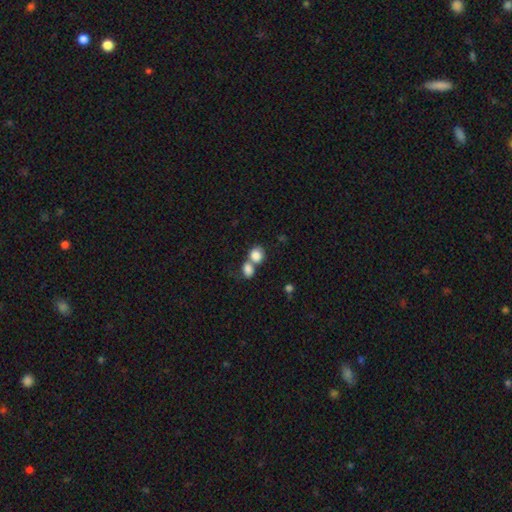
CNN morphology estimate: smooth 84%, star or artifact 8%, featured or disk 8%. Down the decision tree: how rounded — round (65%); merging — merger (58%).